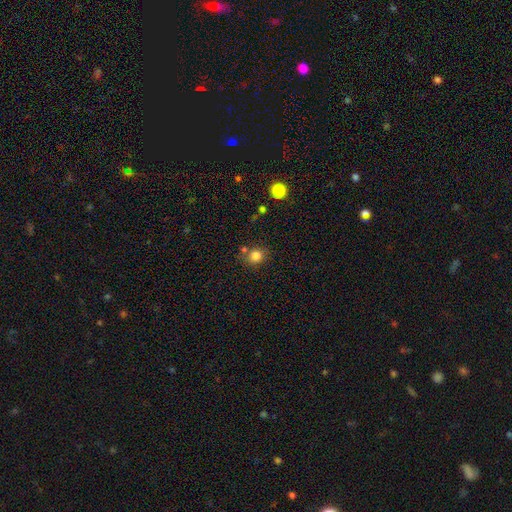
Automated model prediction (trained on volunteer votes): The model was most divided on "merging": none: 71%, minor disturbance: 13%, merger: 12%, major disturbance: 4%. More confident: smooth or featured — smooth (82%); how rounded — round (79%).